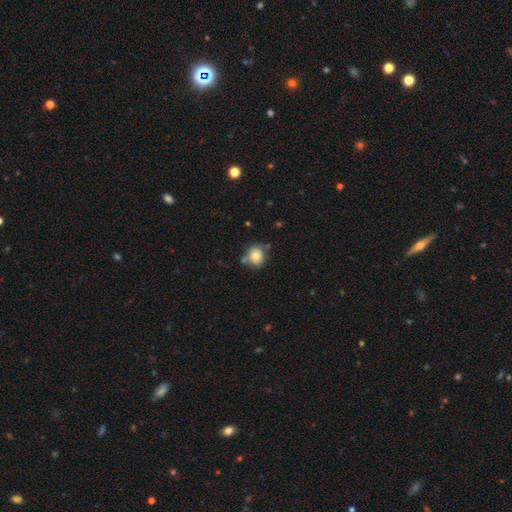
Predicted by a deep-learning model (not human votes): smooth_or_featured: smooth (p=0.79) [alt: featured or disk p=0.11]
how_rounded: round (p=0.81) [alt: in between p=0.18]
merging: none (p=0.69) [alt: minor disturbance p=0.16]